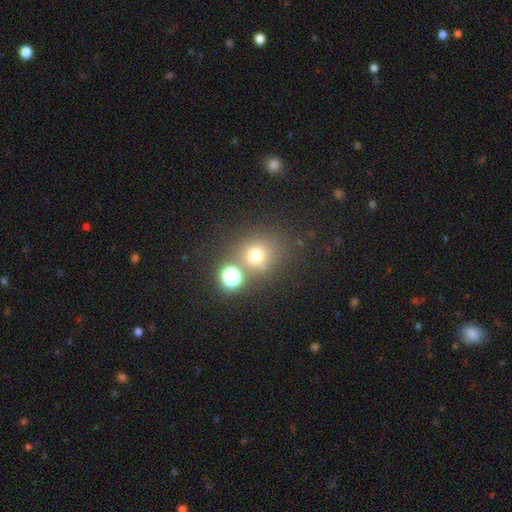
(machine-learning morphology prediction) Smooth or featured? smooth (68%)
How rounded? round (86%)
Merging? none (66%)